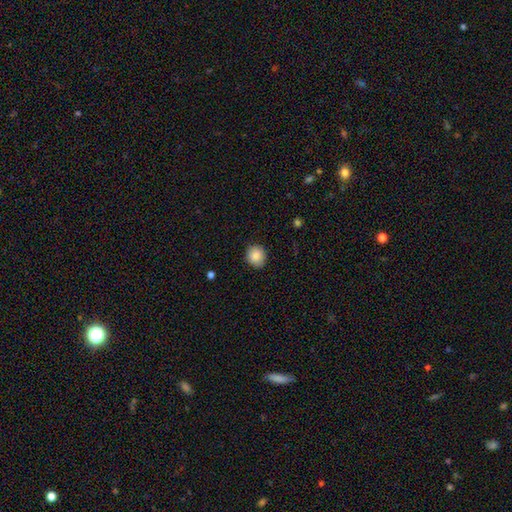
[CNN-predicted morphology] Overall: smooth (88%). How rounded: round (81%). Merging: none (88%).